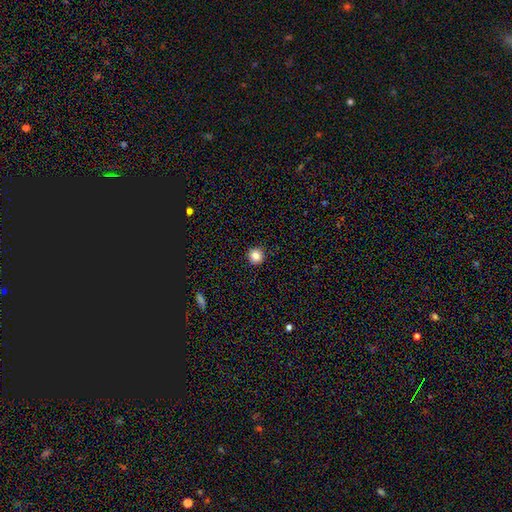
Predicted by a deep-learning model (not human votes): smooth 84%, star or artifact 11%, featured or disk 5%. Down the decision tree: how rounded — round (94%); merging — none (92%).